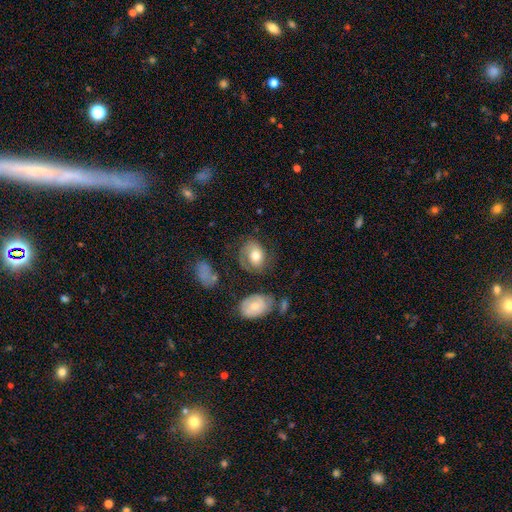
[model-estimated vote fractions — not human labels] This appears to be a smooth galaxy with no disk features (56%) that is in between round and cigar-shaped (61%). Merging: none (52%).